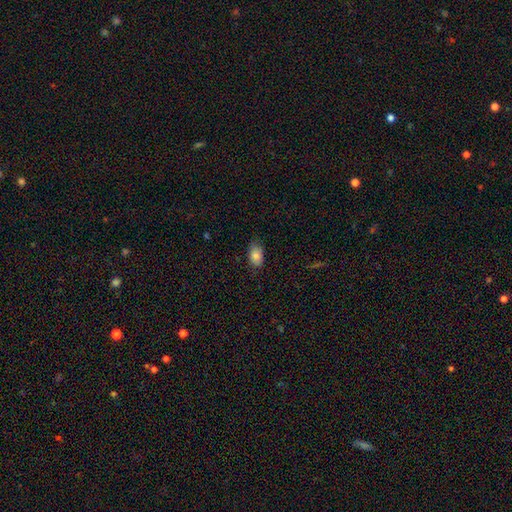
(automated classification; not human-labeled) smooth-or-featured: smooth: 81% | featured or disk: 11% | star or artifact: 8%
  how-rounded: in between: 89% | round: 9% | cigar-shaped: 2%
  merging: none: 70% | minor disturbance: 25% | major disturbance: 4% | merger: 1%